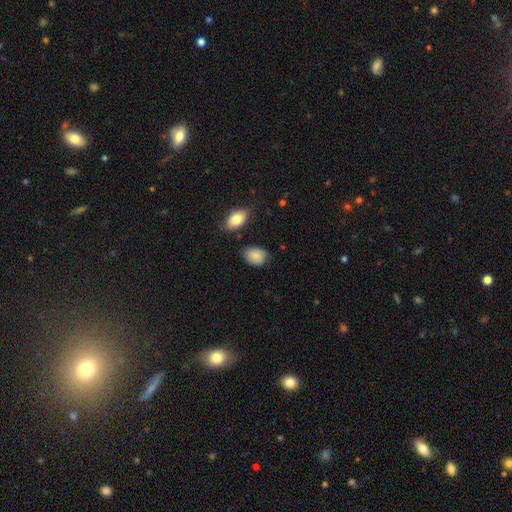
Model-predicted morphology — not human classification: smooth-or-featured: smooth: 83% | featured or disk: 9% | star or artifact: 8%
  how-rounded: in between: 70% | round: 29% | cigar-shaped: 1%
  merging: none: 70% | minor disturbance: 22% | major disturbance: 4% | merger: 3%